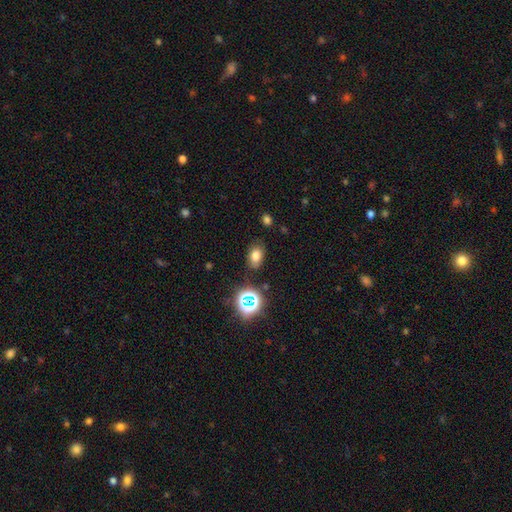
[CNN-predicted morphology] Overall: smooth (73%). How rounded: in between (80%). Merging: none (80%).